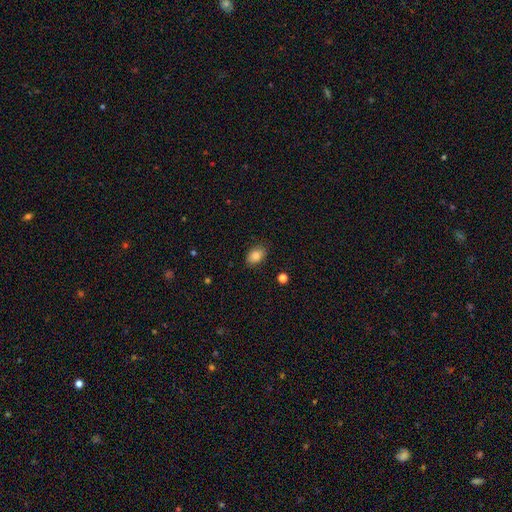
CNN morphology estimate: A smooth galaxy with no disk features (85%) that is in between round and cigar-shaped (84%).

Vote fractions:
- Smooth or featured? smooth: 85% / star or artifact: 8% / featured or disk: 7%
- How rounded? in between: 84% / round: 15% / cigar-shaped: 1%
- Merging? none: 84% / minor disturbance: 12% / major disturbance: 3% / merger: 1%